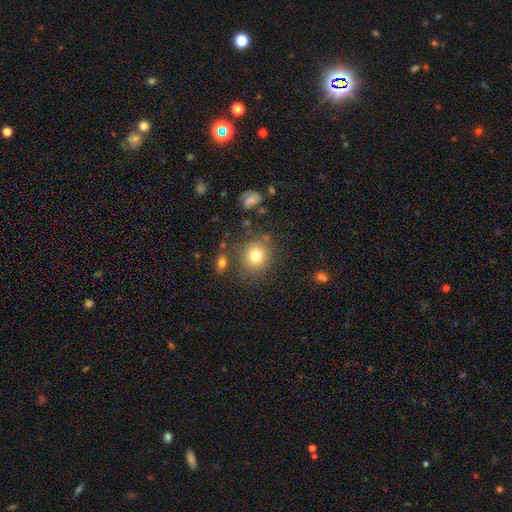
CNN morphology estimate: The model was most divided on "how rounded": round: 80%, in between: 19%, cigar-shaped: 1%. More confident: merging — none (79%); smooth or featured — smooth (79%).